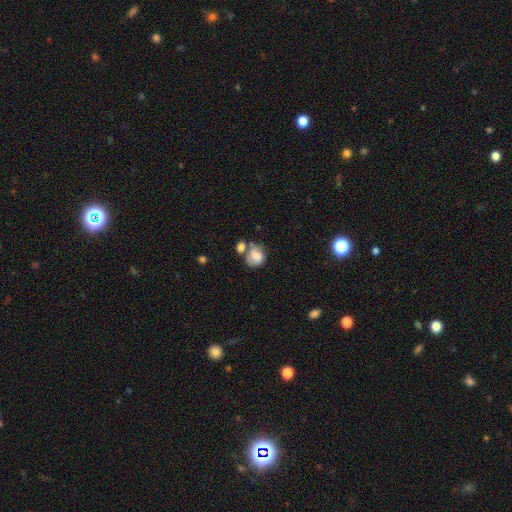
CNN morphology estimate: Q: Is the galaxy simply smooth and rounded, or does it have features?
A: smooth — 72%.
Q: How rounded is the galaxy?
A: round — 56%.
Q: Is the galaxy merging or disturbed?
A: merger — 38%.